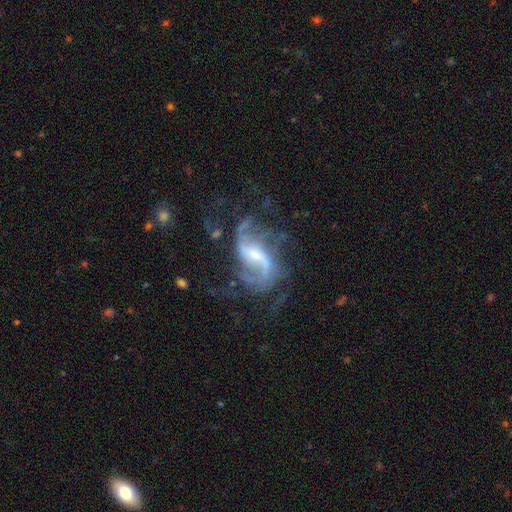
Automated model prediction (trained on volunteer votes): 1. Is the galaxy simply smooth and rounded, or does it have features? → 87% featured or disk, 7% star or artifact, 6% smooth.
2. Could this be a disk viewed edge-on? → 97% no, 3% yes.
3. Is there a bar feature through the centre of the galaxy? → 48% weak, 32% strong, 21% no.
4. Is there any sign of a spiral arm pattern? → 95% yes, 5% no.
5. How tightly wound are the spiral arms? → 58% loose, 33% medium, 9% tight.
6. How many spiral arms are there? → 61% 2, 13% can't tell, 12% 3, 6% 1, 5% 4, 4% more than 4.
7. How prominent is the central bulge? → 46% small, 35% moderate, 11% none, 7% large, 1% dominant.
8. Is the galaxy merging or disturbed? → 48% none, 30% major disturbance, 18% minor disturbance, 4% merger.